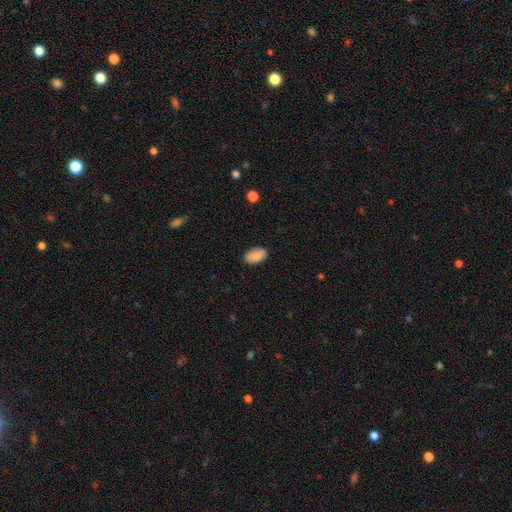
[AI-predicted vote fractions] smooth_or_featured: smooth (p=0.89) [alt: star or artifact p=0.07]
how_rounded: in between (p=0.94) [alt: round p=0.05]
merging: none (p=0.86) [alt: minor disturbance p=0.10]